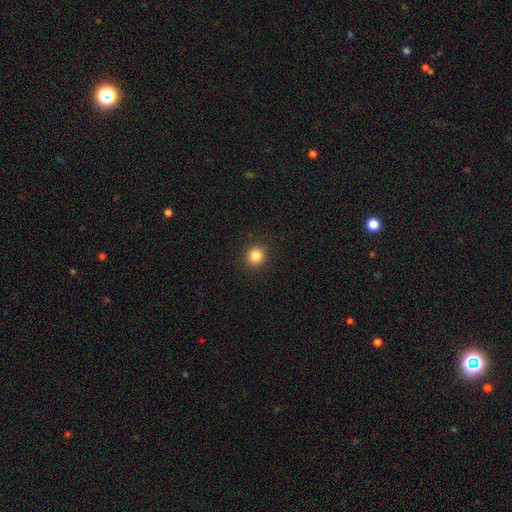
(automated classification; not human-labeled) A smooth galaxy with no disk features (84%) that is round (88%). Merging: none (91%).